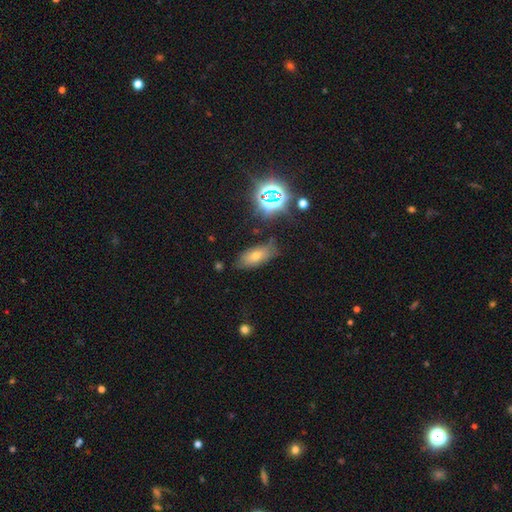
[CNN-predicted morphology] type=smooth (51%); roundness=in between (81%); merging=none (78%).